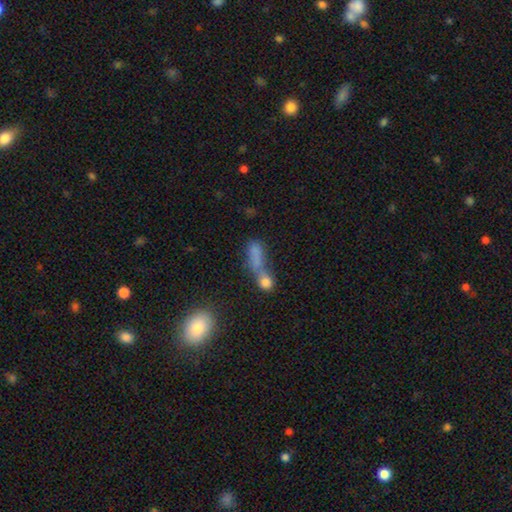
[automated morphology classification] A smooth galaxy with no disk features (69%) that is in between round and cigar-shaped (55%).

Vote fractions:
- Smooth or featured? smooth: 69% / featured or disk: 17% / star or artifact: 15%
- How rounded? in between: 55% / cigar-shaped: 28% / round: 16%
- Merging? merger: 63% / none: 18% / major disturbance: 11% / minor disturbance: 8%